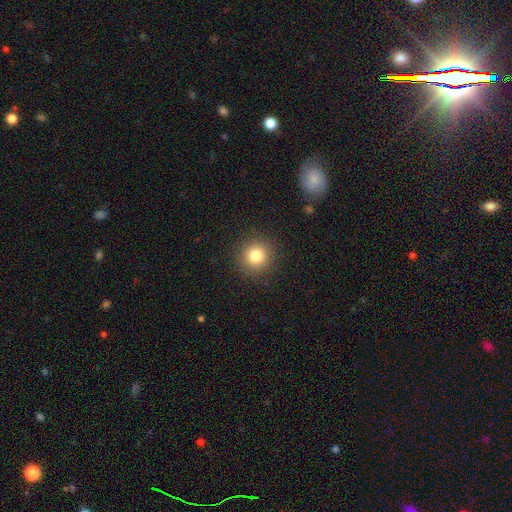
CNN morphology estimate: smooth-or-featured: smooth: 81% | star or artifact: 12% | featured or disk: 7%
  how-rounded: round: 94% | in between: 5% | cigar-shaped: 1%
  merging: none: 91% | minor disturbance: 6% | major disturbance: 2% | merger: 1%